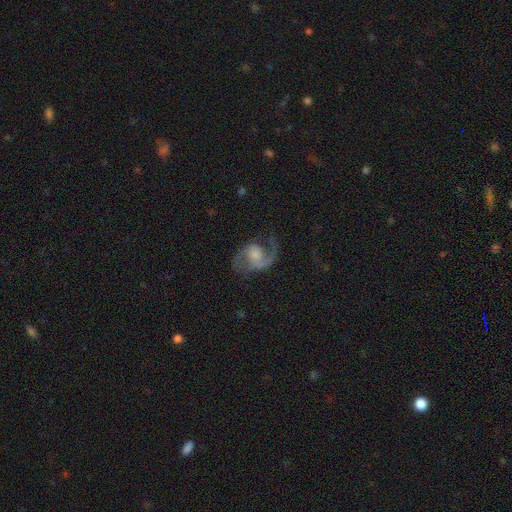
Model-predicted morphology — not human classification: type=featured or disk (83%); edge-on=no (98%); bar=no (64%); spiral arms=yes (95%); winding=medium (48%); arm count=2 (70%); bulge=moderate (36%); merging=none (56%).